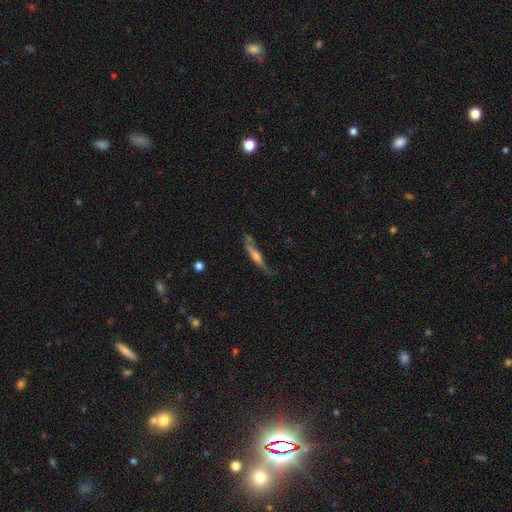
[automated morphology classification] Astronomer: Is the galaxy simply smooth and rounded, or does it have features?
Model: featured or disk — 48% (runner-up: smooth, 45%).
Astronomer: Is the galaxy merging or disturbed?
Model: none — 55%.